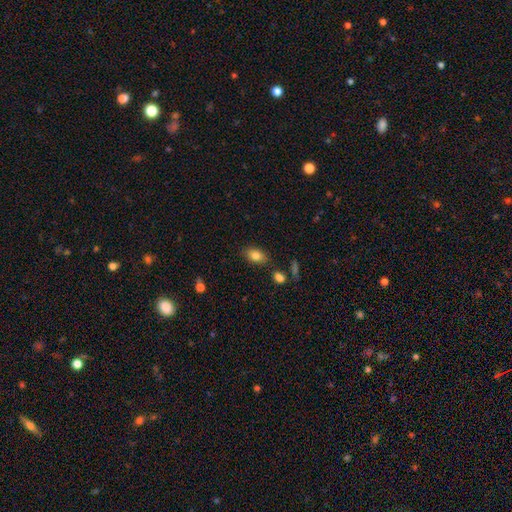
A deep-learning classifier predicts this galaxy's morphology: This appears to be a smooth galaxy with no disk features (83%) that is in between round and cigar-shaped (86%). Merging: none (82%).